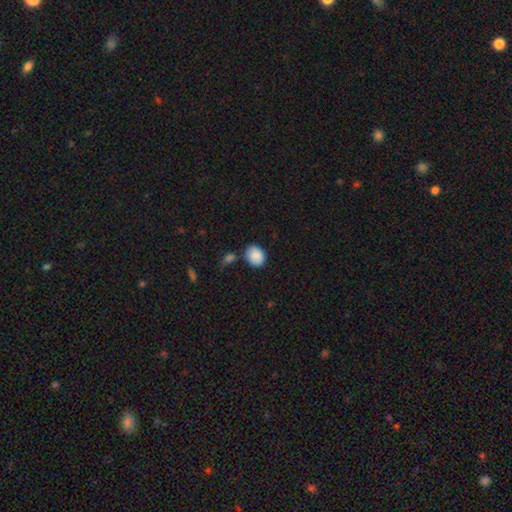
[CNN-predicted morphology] smooth 88%, star or artifact 7%, featured or disk 5%. Down the decision tree: how rounded — in between (56%); merging — none (71%).